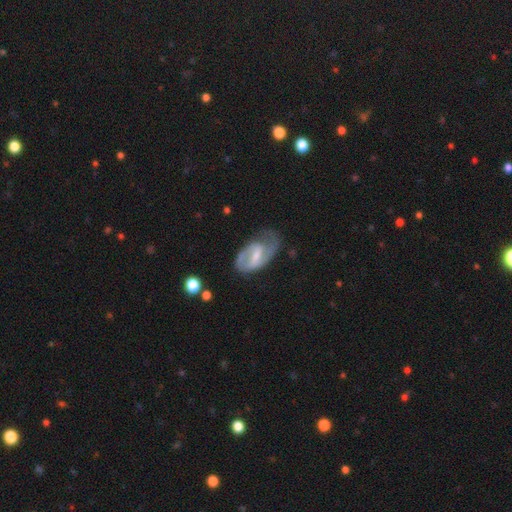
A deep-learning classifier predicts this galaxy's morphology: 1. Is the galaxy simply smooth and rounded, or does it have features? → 77% featured or disk, 18% smooth, 5% star or artifact.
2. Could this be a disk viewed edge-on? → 96% no, 4% yes.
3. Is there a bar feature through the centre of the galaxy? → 52% weak, 30% strong, 18% no.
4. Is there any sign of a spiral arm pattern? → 88% yes, 12% no.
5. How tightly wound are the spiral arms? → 48% medium, 29% tight, 23% loose.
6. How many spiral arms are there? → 66% 2, 18% 1, 12% can't tell, 2% 3, 1% 4, 1% more than 4.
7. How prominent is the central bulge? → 48% small, 40% moderate, 8% none, 3% large, 1% dominant.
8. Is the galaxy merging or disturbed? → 51% none, 28% minor disturbance, 19% major disturbance, 2% merger.